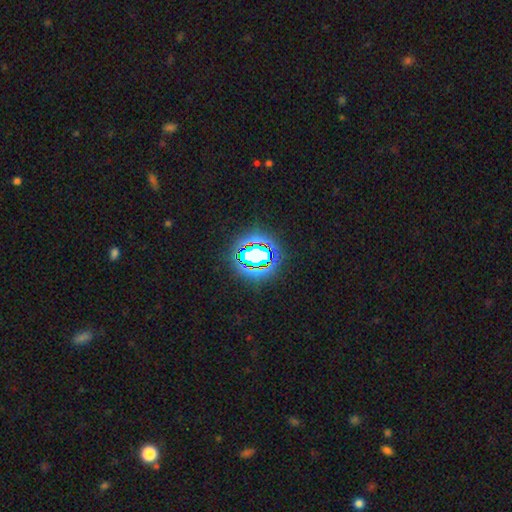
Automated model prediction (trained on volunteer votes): This appears to be a star or artifact, not a galaxy (65%).